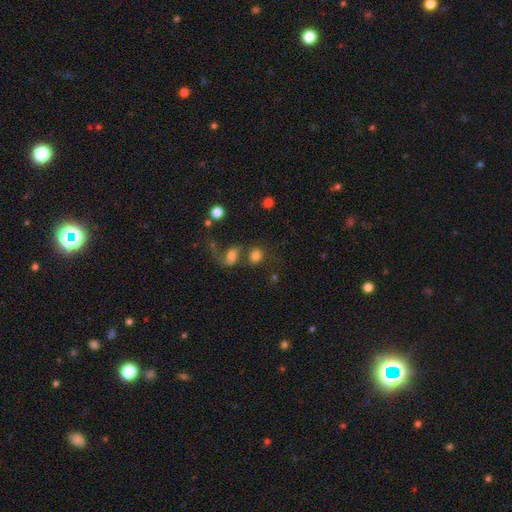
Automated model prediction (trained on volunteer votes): The model was most divided on "merging": none: 41%, merger: 37%, major disturbance: 11%, minor disturbance: 11%. More confident: smooth or featured — smooth (68%); how rounded — round (59%).